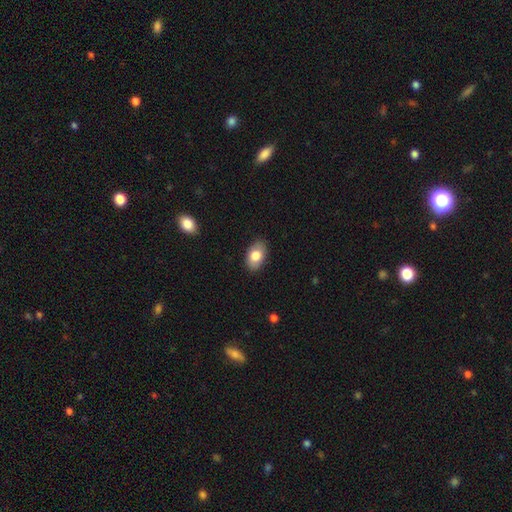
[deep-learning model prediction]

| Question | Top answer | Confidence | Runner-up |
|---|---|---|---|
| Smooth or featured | smooth | 80% | featured or disk (14%) |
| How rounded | in between | 91% | round (8%) |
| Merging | none | 86% | minor disturbance (11%) |